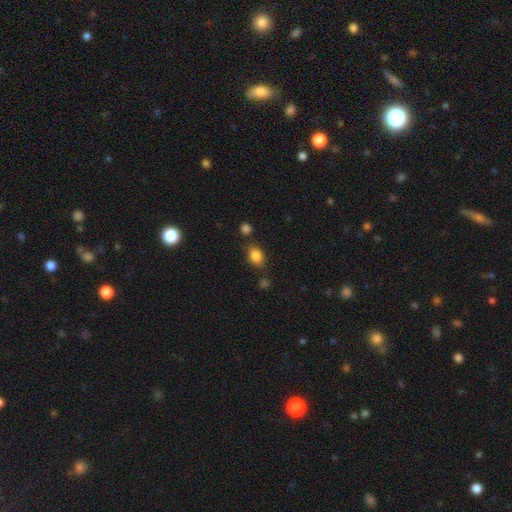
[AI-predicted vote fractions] Q: Smooth or featured?
A: smooth (84%); runner-up: star or artifact (10%)
Q: How rounded?
A: in between (56%); runner-up: round (42%)
Q: Merging?
A: none (74%); runner-up: minor disturbance (14%)